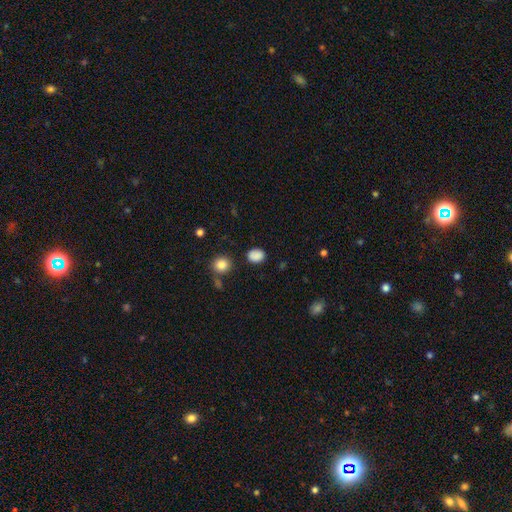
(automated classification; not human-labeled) Q: Smooth or featured?
A: smooth (87%); runner-up: star or artifact (10%)
Q: How rounded?
A: in between (60%); runner-up: round (39%)
Q: Merging?
A: none (82%); runner-up: minor disturbance (11%)